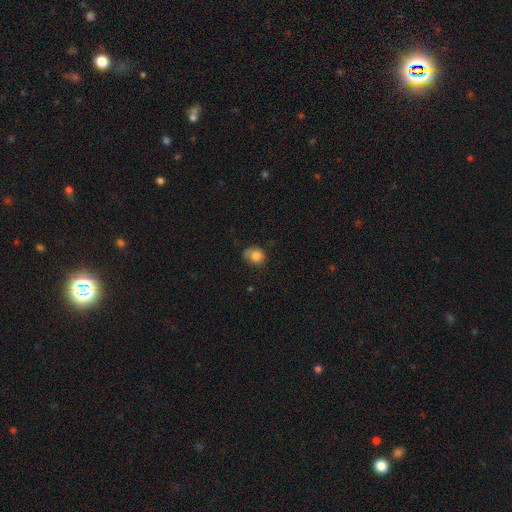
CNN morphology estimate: Smooth or featured? smooth (80%)
How rounded? round (61%)
Merging? none (53%)